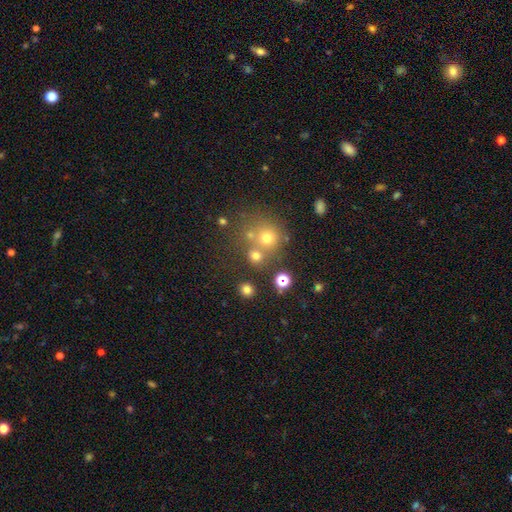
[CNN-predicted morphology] The model was most divided on "merging": none: 59%, merger: 26%, minor disturbance: 9%, major disturbance: 5%. More confident: how rounded — round (82%); smooth or featured — smooth (68%).